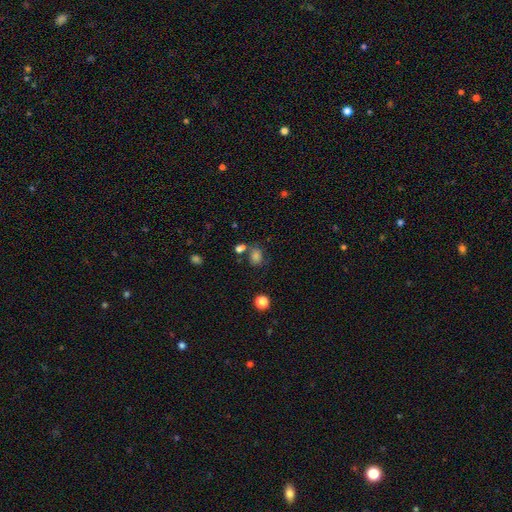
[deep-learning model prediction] Overall: smooth (69%). How rounded: round (50%; in between 48%). Merging: none (60%).